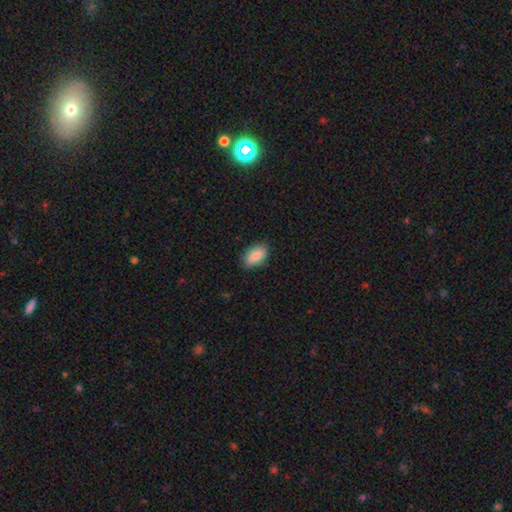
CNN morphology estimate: Smooth or featured? Predicted: smooth (p=0.85). How rounded? Predicted: in between (p=0.91). Merging? Predicted: none (p=0.84).